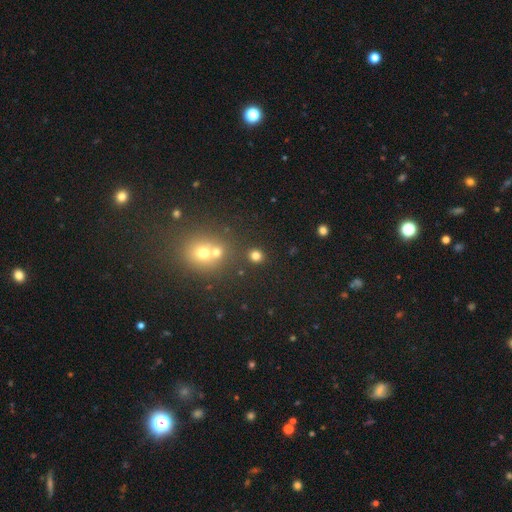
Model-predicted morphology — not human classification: Overall: smooth (76%). How rounded: round (83%). Merging: none (79%).